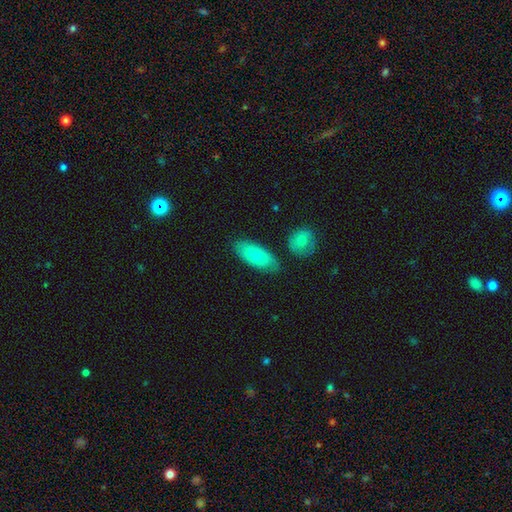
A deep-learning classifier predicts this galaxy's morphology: Overall: smooth (77%). How rounded: in between (86%). Merging: none (77%).